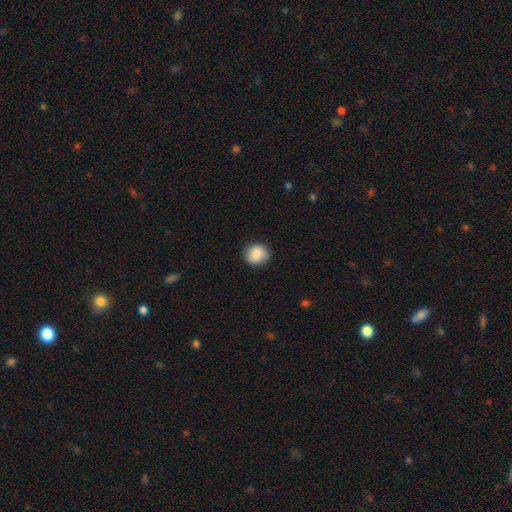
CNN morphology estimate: The model was most divided on "how rounded": round: 84%, in between: 15%, cigar-shaped: 1%. More confident: merging — none (87%); smooth or featured — smooth (84%).